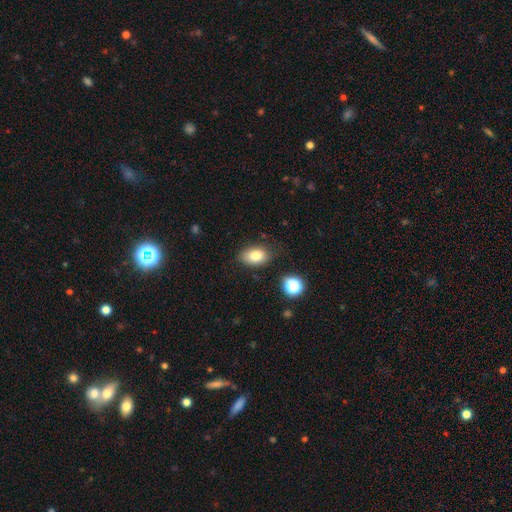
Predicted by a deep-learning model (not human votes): Morphology: type=smooth (80%); roundness=in between (85%); merging=none (76%).